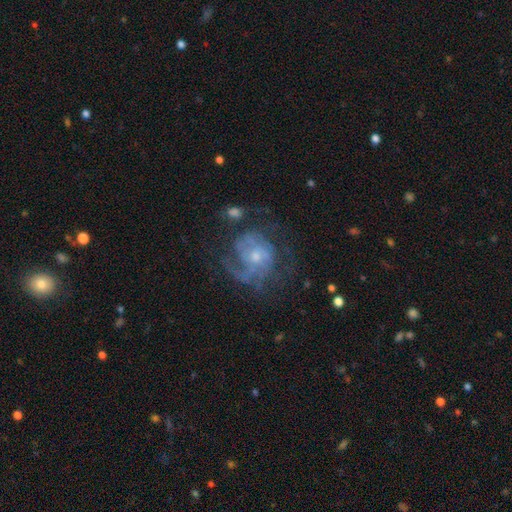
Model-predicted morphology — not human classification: Overall: featured or disk (79%). Edge-on disk: no (98%). Bar: no (73%). Spiral arms: yes (86%). Spiral arm count: can't tell (36%; 2 24%). Spiral winding: tight (45%; medium 38%). Bulge size: small (57%; moderate 36%). Merging: none (54%; major disturbance 23%).